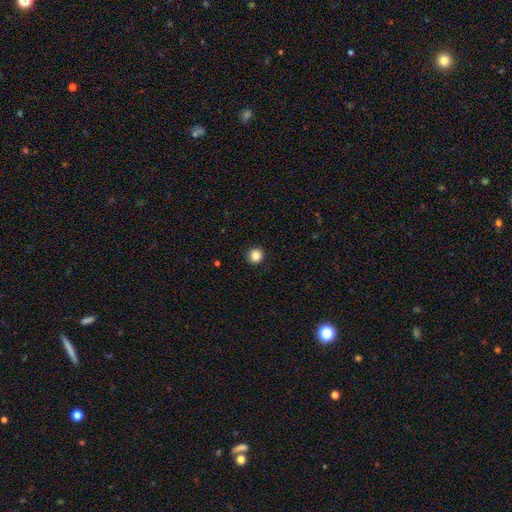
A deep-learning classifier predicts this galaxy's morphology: Smooth or featured? Predicted: smooth (p=0.86). How rounded? Predicted: round (p=0.93). Merging? Predicted: none (p=0.92).